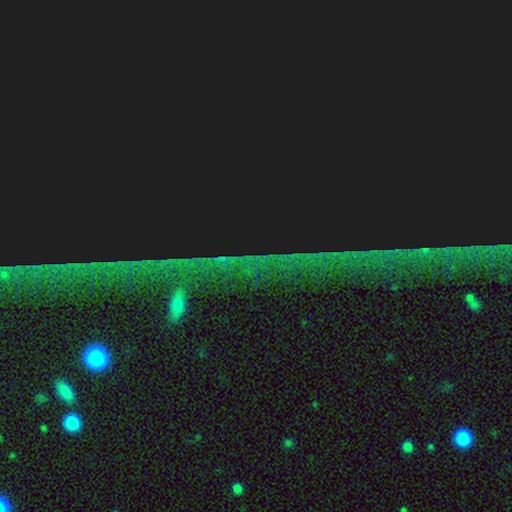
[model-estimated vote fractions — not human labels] smooth-or-featured: star or artifact: 84% | featured or disk: 8% | smooth: 7%